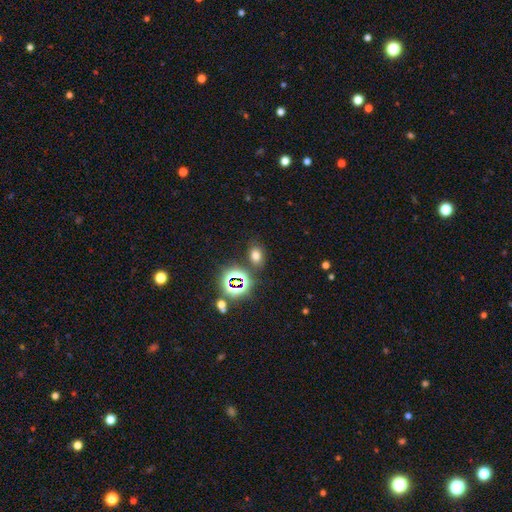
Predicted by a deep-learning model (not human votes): Smooth or featured?
  - smooth: 65% *
  - star or artifact: 28%
  - featured or disk: 7%
How rounded?
  - in between: 70% *
  - round: 28%
  - cigar-shaped: 1%
Merging?
  - none: 79% *
  - minor disturbance: 11%
  - merger: 6%
  - major disturbance: 4%